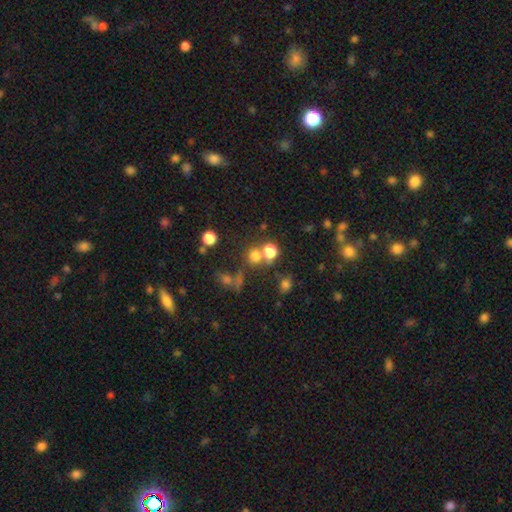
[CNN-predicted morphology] A smooth galaxy with no disk features (70%) that is round (88%).

Vote fractions:
- Smooth or featured? smooth: 70% / star or artifact: 22% / featured or disk: 8%
- How rounded? round: 88% / in between: 11% / cigar-shaped: 1%
- Merging? none: 60% / merger: 27% / minor disturbance: 8% / major disturbance: 5%